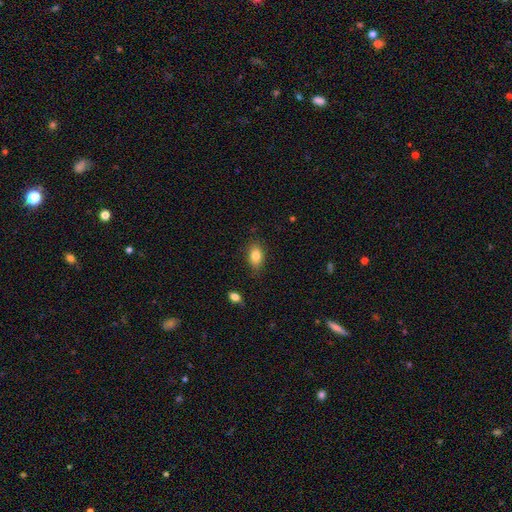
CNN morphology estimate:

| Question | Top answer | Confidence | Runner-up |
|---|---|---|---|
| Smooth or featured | smooth | 83% | featured or disk (9%) |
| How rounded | in between | 85% | round (12%) |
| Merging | none | 81% | minor disturbance (15%) |